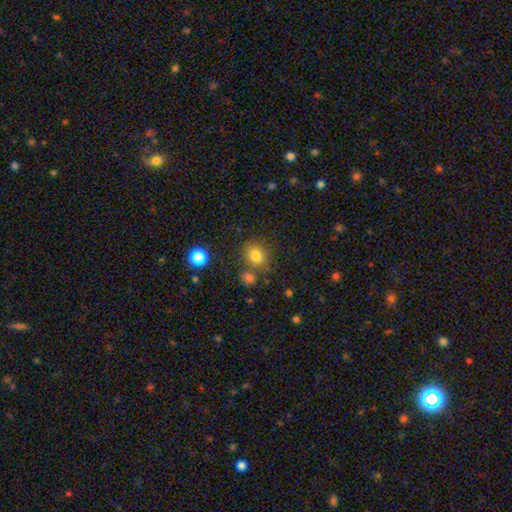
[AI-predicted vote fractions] A smooth galaxy with no disk features (79%) that is round (73%).

Vote fractions:
- Smooth or featured? smooth: 79% / star or artifact: 14% / featured or disk: 7%
- How rounded? round: 73% / in between: 26% / cigar-shaped: 1%
- Merging? none: 70% / merger: 14% / minor disturbance: 12% / major disturbance: 4%